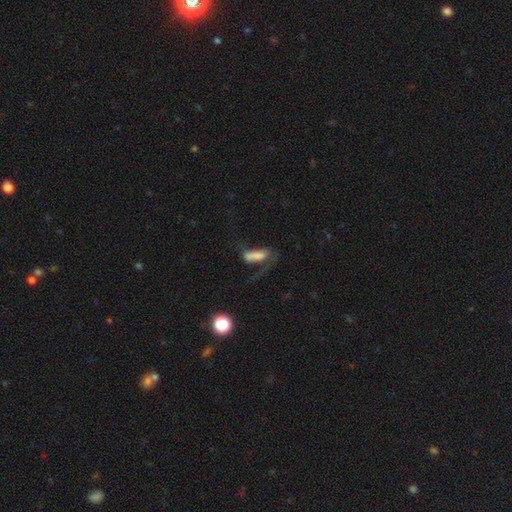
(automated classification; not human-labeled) This is likely a smooth galaxy (66%). How rounded: possibly in between (55%). Merging: possibly major disturbance (46%).